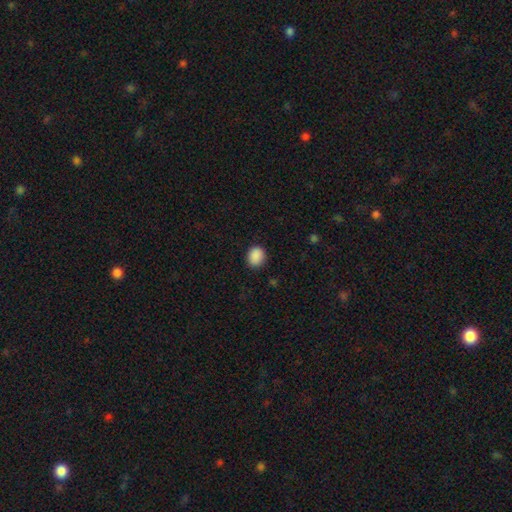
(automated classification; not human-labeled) A smooth galaxy with no disk features (89%) that is round (60%).

Vote fractions:
- Smooth or featured? smooth: 89% / star or artifact: 8% / featured or disk: 3%
- How rounded? round: 60% / in between: 40% / cigar-shaped: 1%
- Merging? none: 88% / minor disturbance: 9% / major disturbance: 2% / merger: 1%